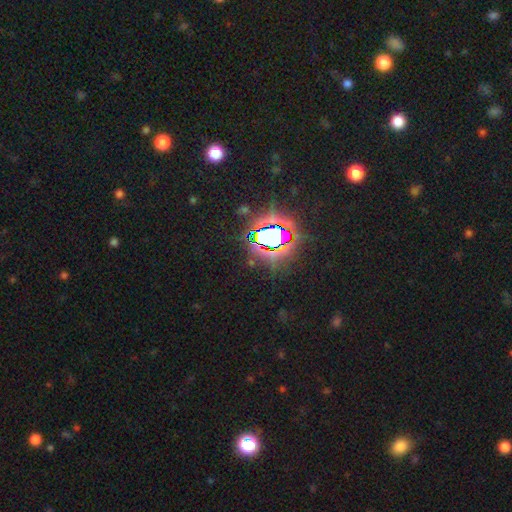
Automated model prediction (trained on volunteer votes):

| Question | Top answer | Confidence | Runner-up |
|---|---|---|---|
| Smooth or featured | star or artifact | 82% | smooth (11%) |